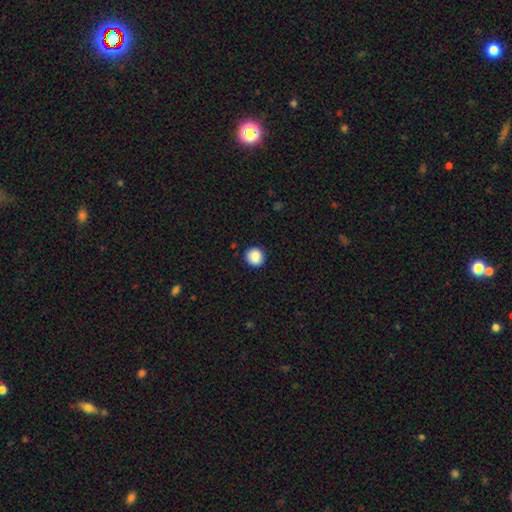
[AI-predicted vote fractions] smooth_or_featured: smooth (p=0.87) [alt: star or artifact p=0.09]
how_rounded: round (p=0.91) [alt: in between p=0.08]
merging: none (p=0.88) [alt: minor disturbance p=0.09]